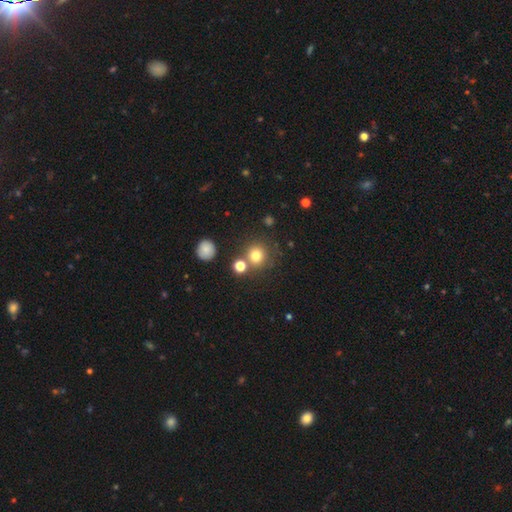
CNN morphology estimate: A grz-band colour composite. It shows a smooth galaxy with no disk features (76%) that is round (90%). Merging: none (72%).